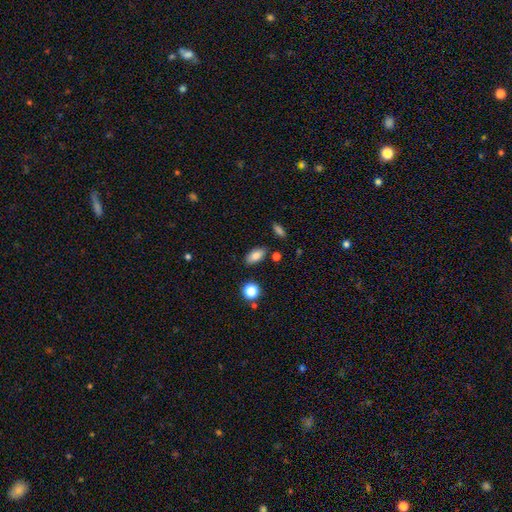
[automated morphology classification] A smooth galaxy with no disk features (83%) that is in between round and cigar-shaped (88%). Merging: none (83%).